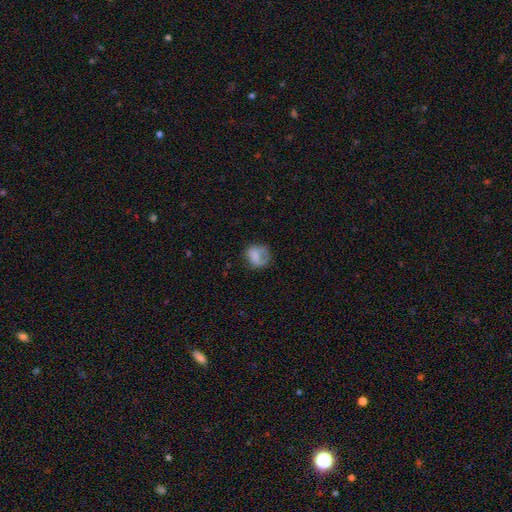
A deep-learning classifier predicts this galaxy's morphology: This appears to be a smooth galaxy with no disk features (71%) that is round (69%). Merging: none (48%).